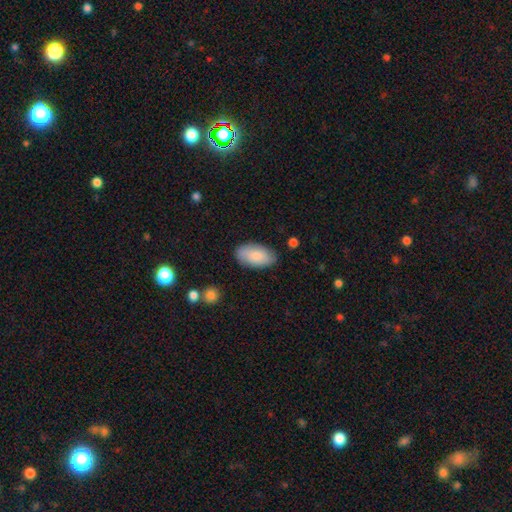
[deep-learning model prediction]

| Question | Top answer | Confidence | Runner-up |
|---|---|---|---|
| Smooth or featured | smooth | 84% | featured or disk (11%) |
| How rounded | in between | 95% | round (3%) |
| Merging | none | 82% | minor disturbance (13%) |